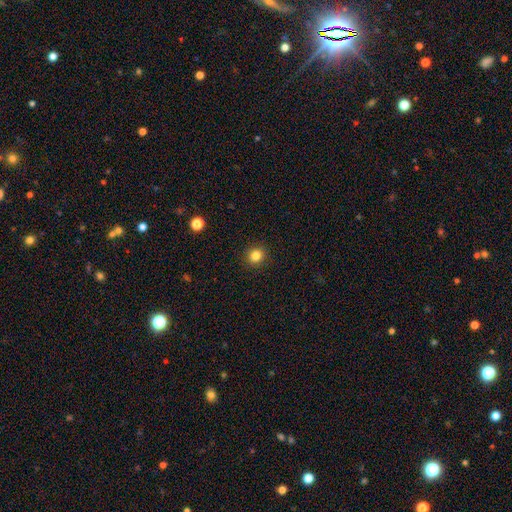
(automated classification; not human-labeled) Smooth or featured: smooth — 83% (star or artifact — 12%)
How rounded: round — 87% (in between — 13%)
Merging: none — 92% (minor disturbance — 5%)